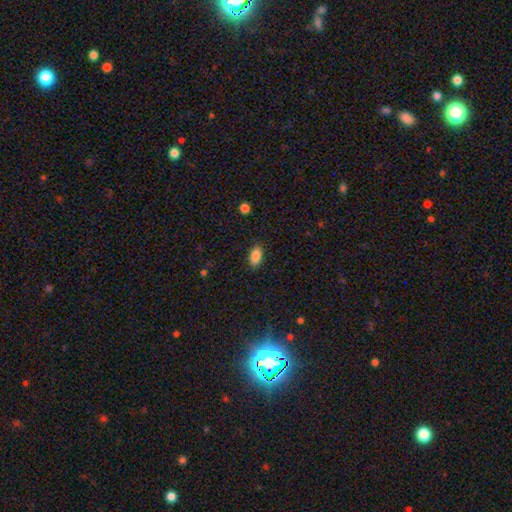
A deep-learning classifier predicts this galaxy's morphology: smooth_or_featured: smooth (p=0.87) [alt: star or artifact p=0.08]
how_rounded: in between (p=0.92) [alt: cigar-shaped p=0.04]
merging: none (p=0.88) [alt: minor disturbance p=0.09]